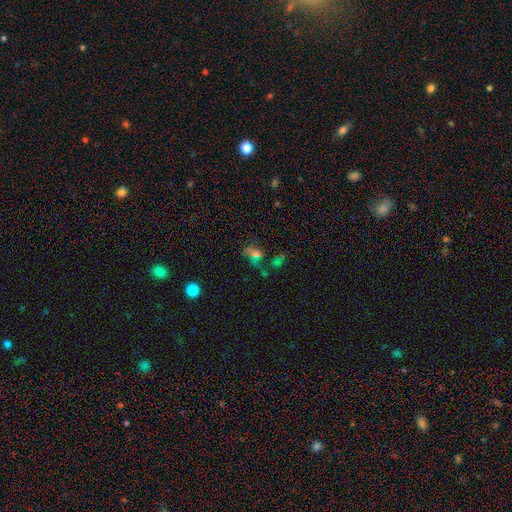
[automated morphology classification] Smooth or featured? smooth (46%)
Merging? none (37%)